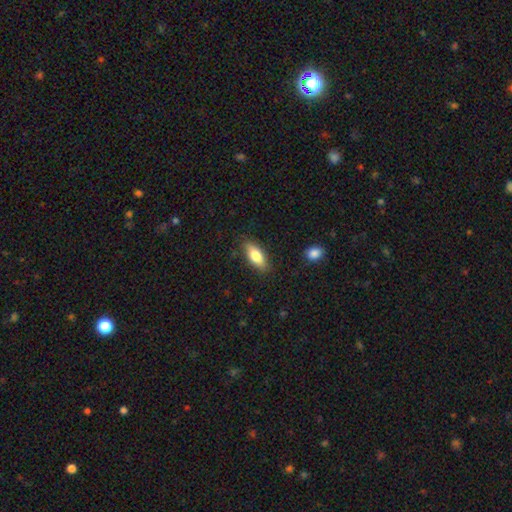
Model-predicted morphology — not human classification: smooth 77%, featured or disk 17%, star or artifact 6%. Down the decision tree: how rounded — in between (78%); merging — none (84%).